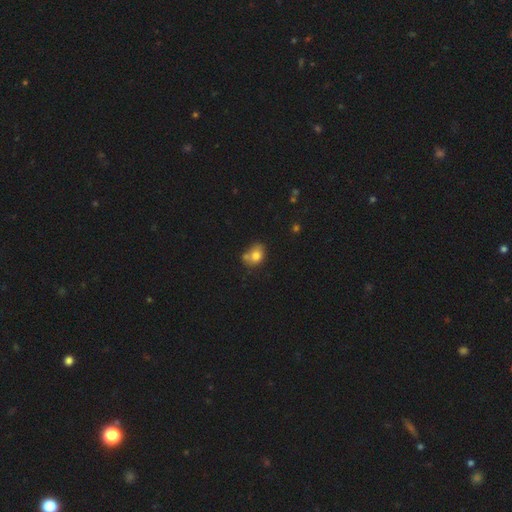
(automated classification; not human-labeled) This is likely a smooth galaxy (75%). How rounded: possibly in between (58%). Merging: marginally none (41%).